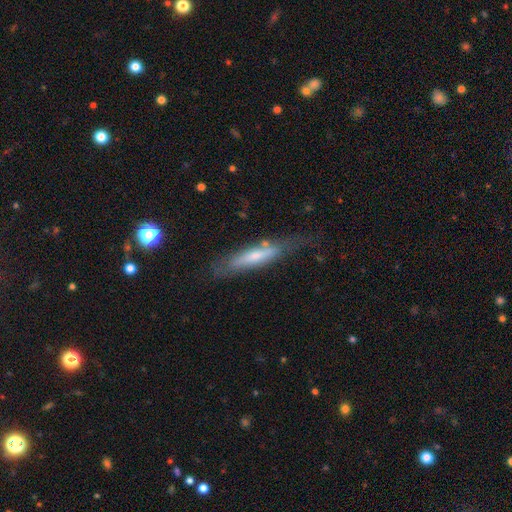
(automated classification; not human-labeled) A smooth galaxy with no disk features (49%). Merging: none (63%).